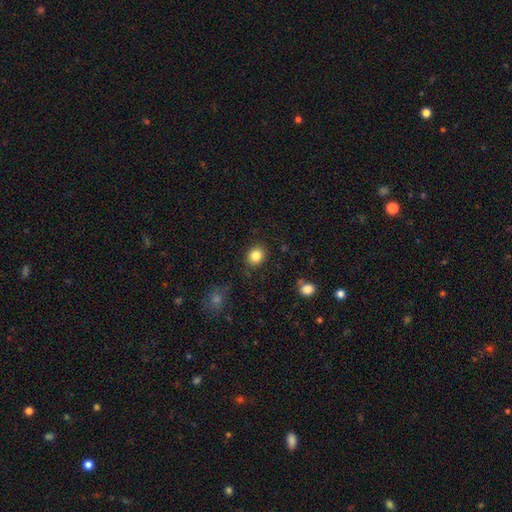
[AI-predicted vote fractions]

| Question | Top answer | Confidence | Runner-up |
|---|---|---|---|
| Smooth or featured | smooth | 84% | star or artifact (10%) |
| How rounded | round | 62% | in between (37%) |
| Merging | none | 86% | minor disturbance (10%) |